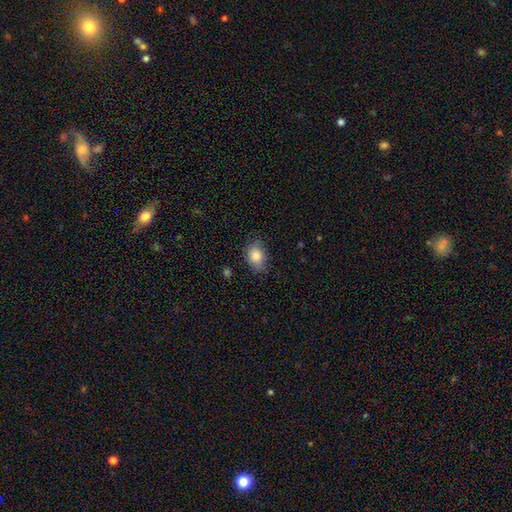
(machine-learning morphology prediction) Overall: smooth (86%). How rounded: in between (75%). Merging: none (74%).